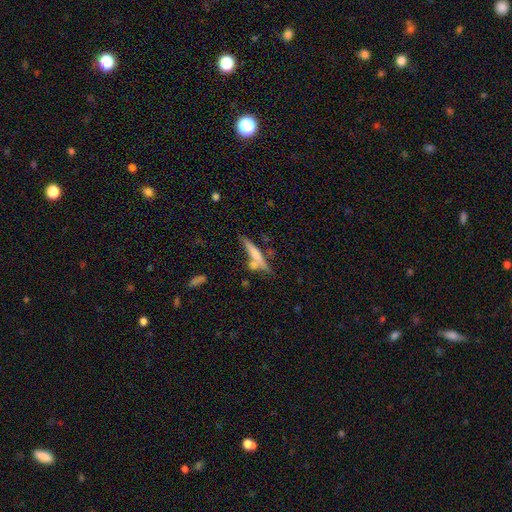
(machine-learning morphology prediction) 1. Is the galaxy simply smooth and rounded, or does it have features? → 53% smooth, 40% featured or disk, 7% star or artifact.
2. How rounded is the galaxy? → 90% cigar-shaped, 8% in between, 2% round.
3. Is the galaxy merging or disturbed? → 57% none, 22% merger, 15% minor disturbance, 5% major disturbance.